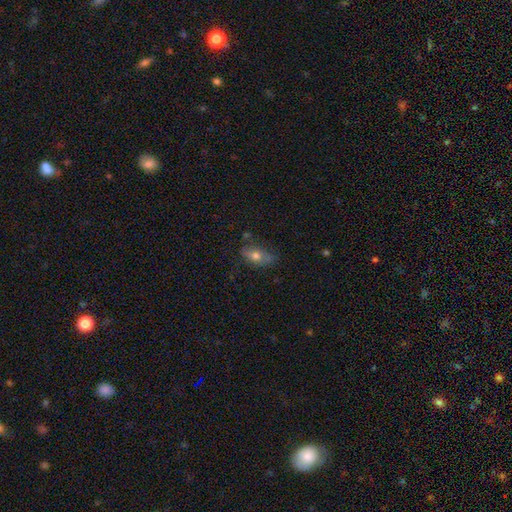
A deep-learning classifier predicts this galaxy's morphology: Smooth or featured? smooth (64%)
How rounded? in between (78%)
Merging? none (67%)